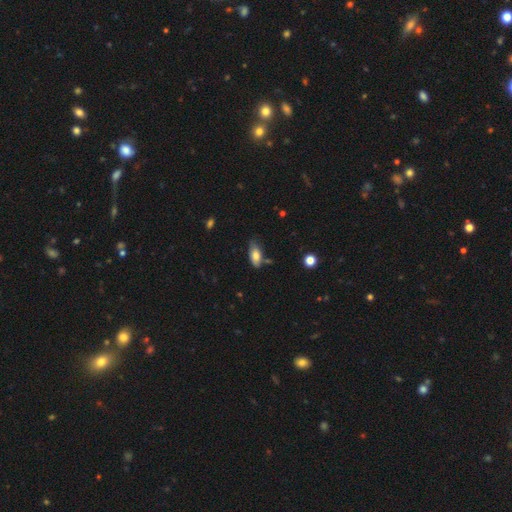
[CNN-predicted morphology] smooth-or-featured: smooth: 77% | featured or disk: 16% | star or artifact: 7%
  how-rounded: in between: 87% | cigar-shaped: 10% | round: 3%
  merging: none: 61% | minor disturbance: 28% | merger: 6% | major disturbance: 5%